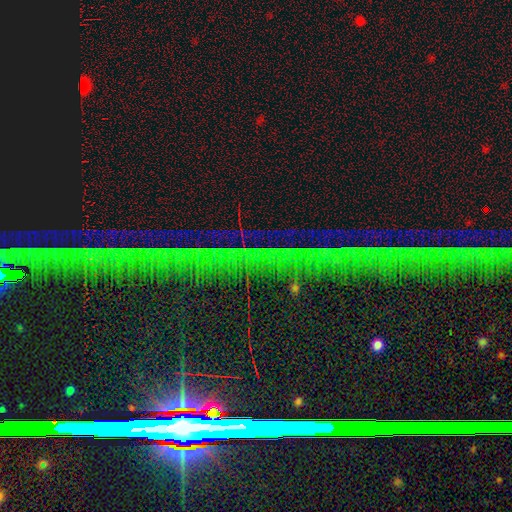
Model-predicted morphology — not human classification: The model was most divided on "smooth or featured": star or artifact: 80%, featured or disk: 10%, smooth: 9%.